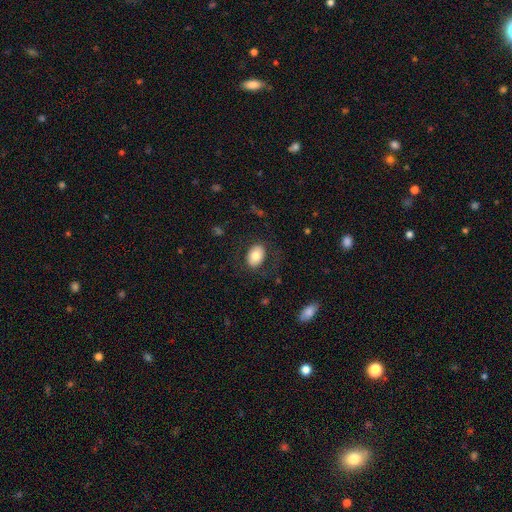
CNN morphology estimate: Smooth or featured? smooth (75%)
How rounded? in between (77%)
Merging? none (80%)